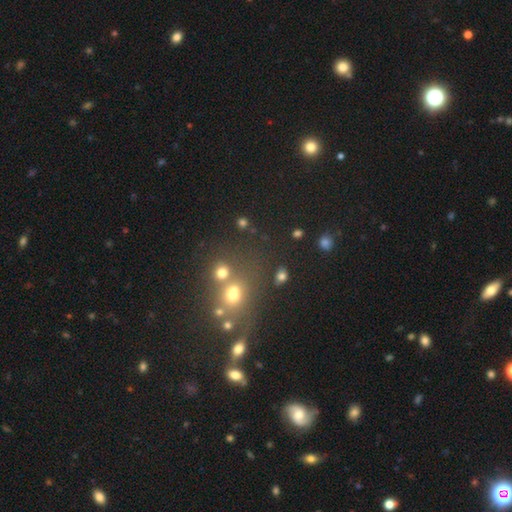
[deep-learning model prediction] This is possibly a smooth galaxy (46%). Merging: possibly none (57%).